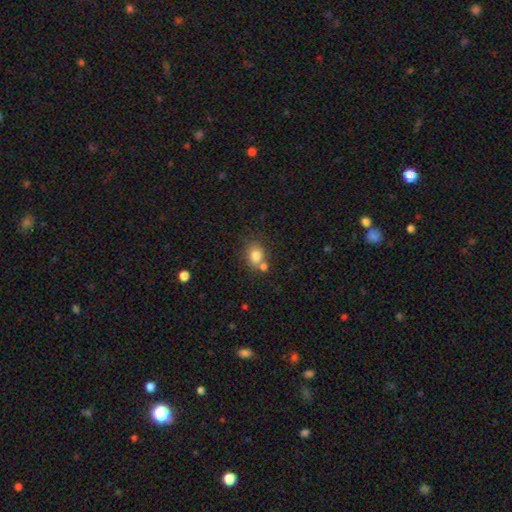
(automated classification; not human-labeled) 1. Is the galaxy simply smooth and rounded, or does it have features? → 81% smooth, 11% star or artifact, 9% featured or disk.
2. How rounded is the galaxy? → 57% round, 42% in between, 1% cigar-shaped.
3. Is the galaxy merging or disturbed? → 59% none, 25% merger, 12% minor disturbance, 4% major disturbance.